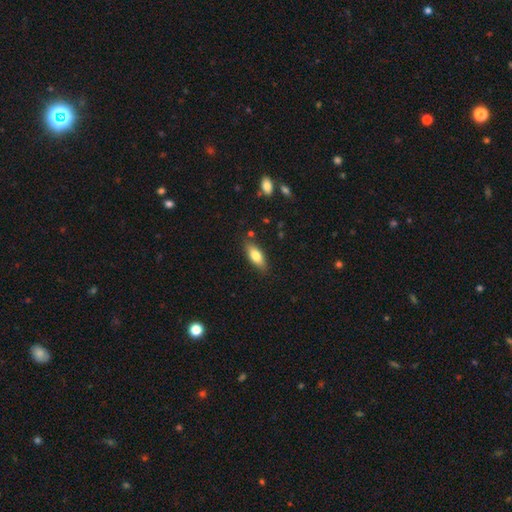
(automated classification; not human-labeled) smooth_or_featured: smooth (p=0.75) [alt: featured or disk p=0.18]
how_rounded: in between (p=0.74) [alt: cigar-shaped p=0.24]
merging: none (p=0.83) [alt: minor disturbance p=0.12]